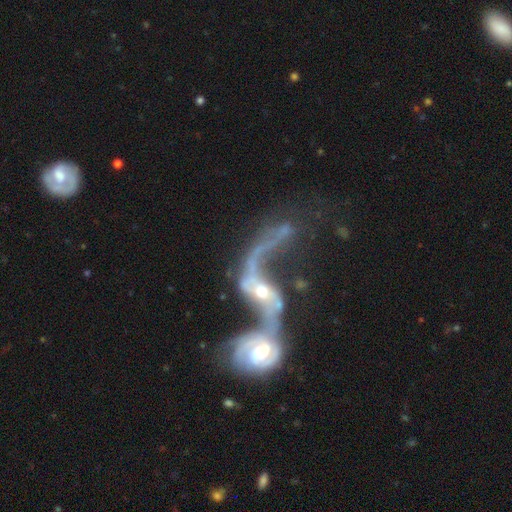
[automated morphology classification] featured or disk 77%, smooth 13%, star or artifact 10%. Down the decision tree: edge-on disk — no (93%); bar — no (58%); spiral arms — yes (79%); spiral arm count — 2 (55%); spiral winding — loose (85%); bulge size — small (46%); merging — merger (73%).